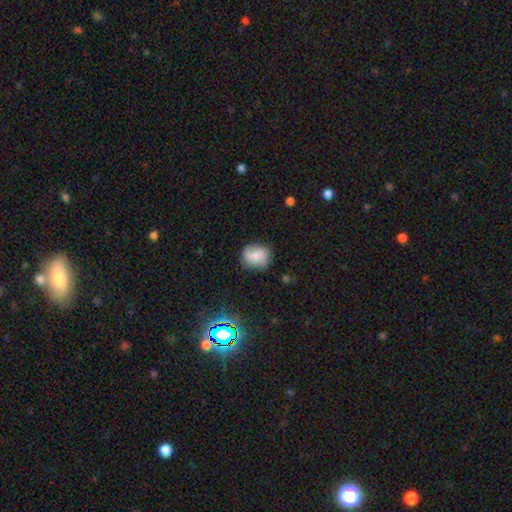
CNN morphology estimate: smooth-or-featured: smooth: 72% | featured or disk: 18% | star or artifact: 10%
  how-rounded: round: 63% | in between: 36% | cigar-shaped: 1%
  merging: none: 73% | minor disturbance: 21% | major disturbance: 5% | merger: 1%